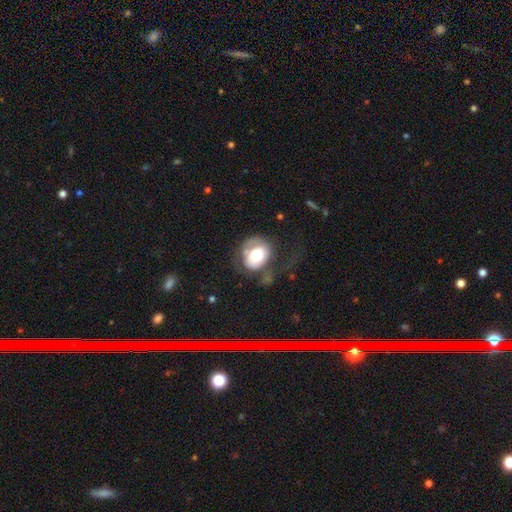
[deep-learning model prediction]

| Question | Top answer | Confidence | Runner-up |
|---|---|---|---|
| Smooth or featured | smooth | 57% | featured or disk (35%) |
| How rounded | in between | 53% | round (46%) |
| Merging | major disturbance | 39% | none (33%) |